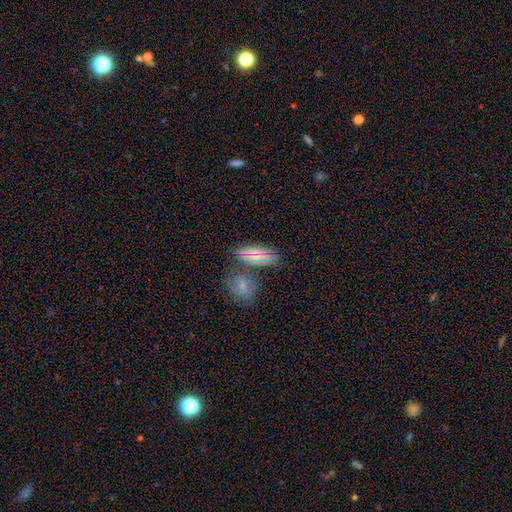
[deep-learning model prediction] This appears to be a smooth galaxy with no disk features (64%) that is in between round and cigar-shaped (87%). Merging: none (72%).